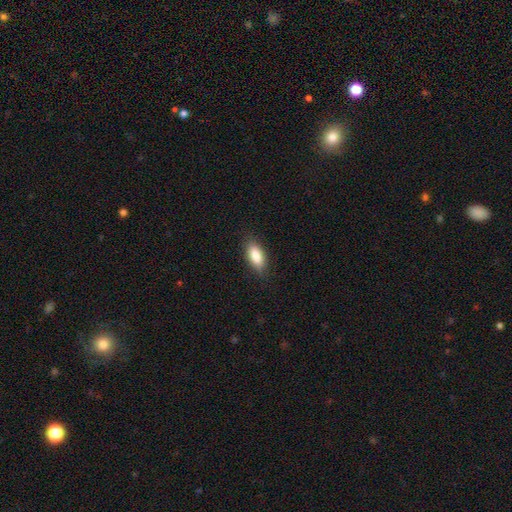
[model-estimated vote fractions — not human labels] smooth_or_featured: smooth (p=0.85) [alt: featured or disk p=0.08]
how_rounded: in between (p=0.82) [alt: cigar-shaped p=0.15]
merging: none (p=0.83) [alt: minor disturbance p=0.13]